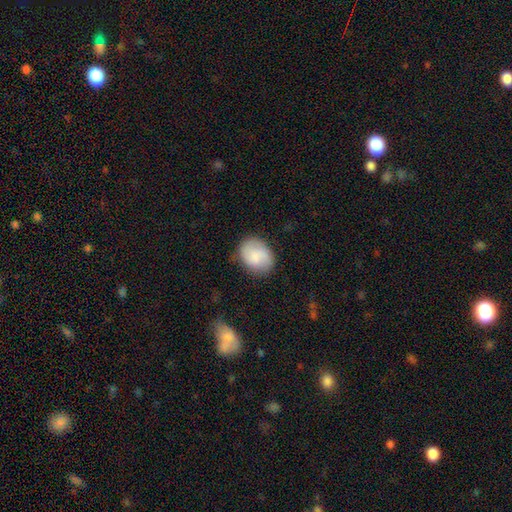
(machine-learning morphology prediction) smooth-or-featured: smooth: 75% | featured or disk: 18% | star or artifact: 7%
  how-rounded: in between: 57% | round: 42% | cigar-shaped: 1%
  merging: none: 76% | minor disturbance: 18% | major disturbance: 5% | merger: 2%